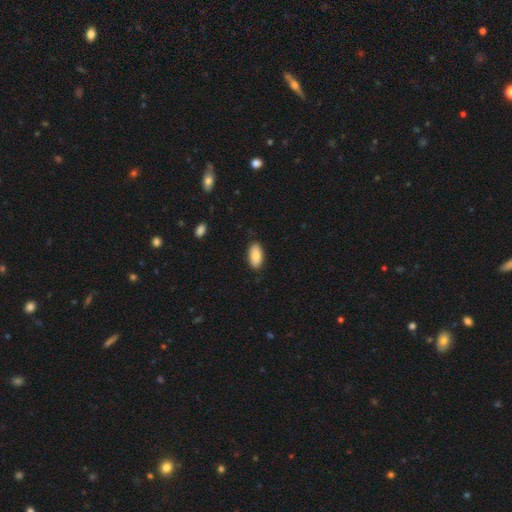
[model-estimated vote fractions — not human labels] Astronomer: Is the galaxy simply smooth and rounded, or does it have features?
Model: smooth — 87%.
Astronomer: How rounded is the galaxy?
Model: in between — 94%.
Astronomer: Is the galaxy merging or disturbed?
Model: none — 87%.